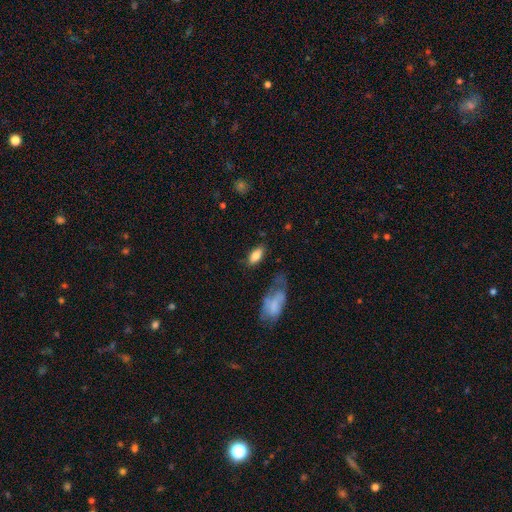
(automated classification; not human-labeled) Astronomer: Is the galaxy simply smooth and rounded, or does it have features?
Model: smooth — 78%.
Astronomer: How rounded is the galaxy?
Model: in between — 88%.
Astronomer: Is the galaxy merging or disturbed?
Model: none — 74%.